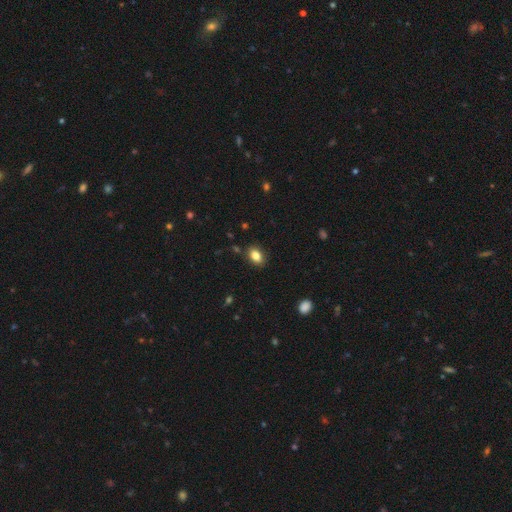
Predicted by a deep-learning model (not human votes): Morphology: type=smooth (85%); roundness=in between (81%); merging=none (86%).